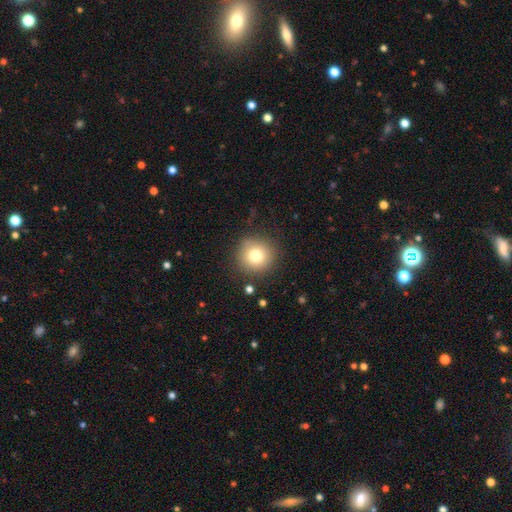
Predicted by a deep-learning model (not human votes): Morphology: type=smooth (77%); roundness=round (94%); merging=none (88%).